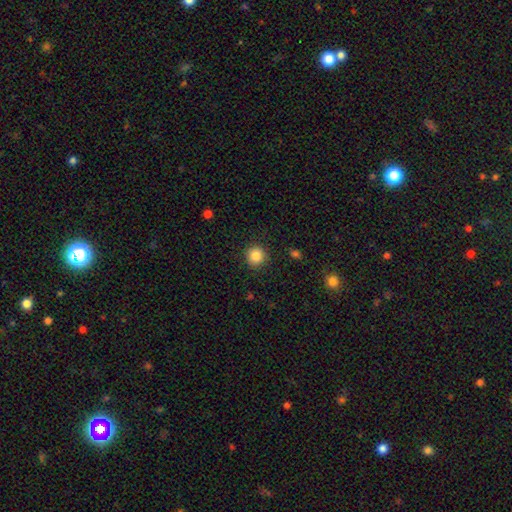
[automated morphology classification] Overall: smooth (85%). How rounded: round (93%). Merging: none (91%).